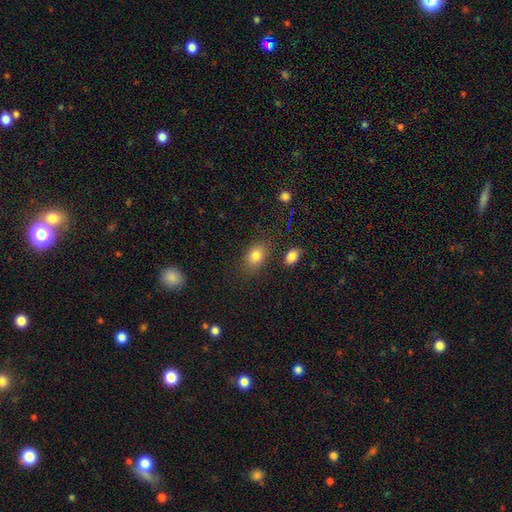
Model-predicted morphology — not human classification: smooth-or-featured: smooth: 81% | star or artifact: 11% | featured or disk: 8%
  how-rounded: in between: 73% | round: 25% | cigar-shaped: 2%
  merging: none: 79% | minor disturbance: 13% | merger: 4% | major disturbance: 4%